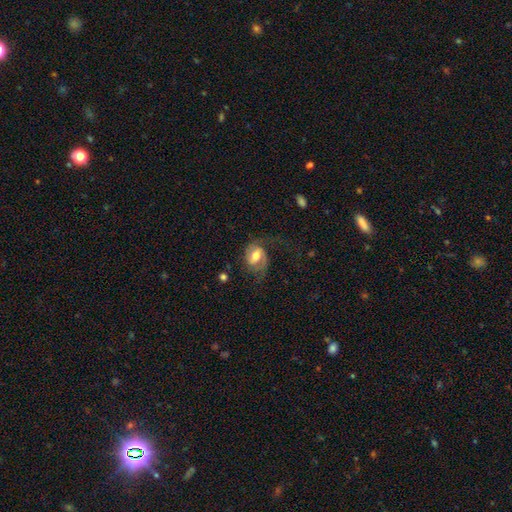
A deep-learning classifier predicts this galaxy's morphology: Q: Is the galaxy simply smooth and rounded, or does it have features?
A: featured or disk — 65%.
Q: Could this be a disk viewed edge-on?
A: no — 97%.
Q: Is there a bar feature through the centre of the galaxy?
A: weak — 49%.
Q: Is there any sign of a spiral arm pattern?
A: yes — 88%.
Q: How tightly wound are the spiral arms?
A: medium — 43%.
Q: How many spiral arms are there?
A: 2 — 69%.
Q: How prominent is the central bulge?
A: moderate — 62%.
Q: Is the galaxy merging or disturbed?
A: none — 47%.